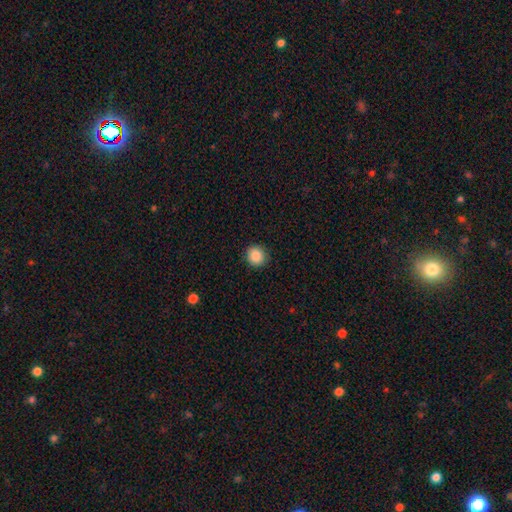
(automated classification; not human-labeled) smooth 87%, star or artifact 9%, featured or disk 4%. Down the decision tree: how rounded — round (88%); merging — none (91%).